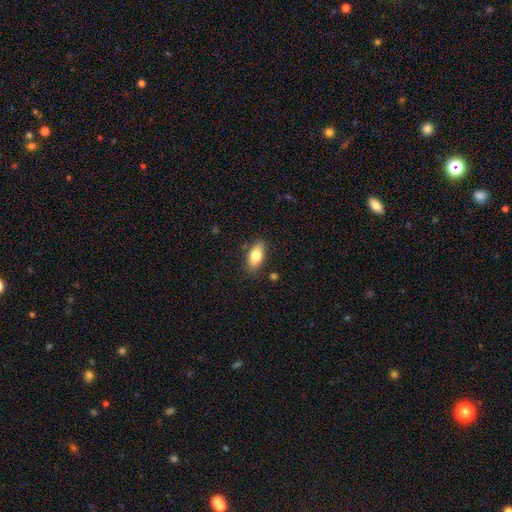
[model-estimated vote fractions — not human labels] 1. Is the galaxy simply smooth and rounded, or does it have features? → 78% smooth, 15% featured or disk, 7% star or artifact.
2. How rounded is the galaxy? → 86% in between, 10% cigar-shaped, 4% round.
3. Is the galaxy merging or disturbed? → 82% none, 13% minor disturbance, 3% major disturbance, 2% merger.